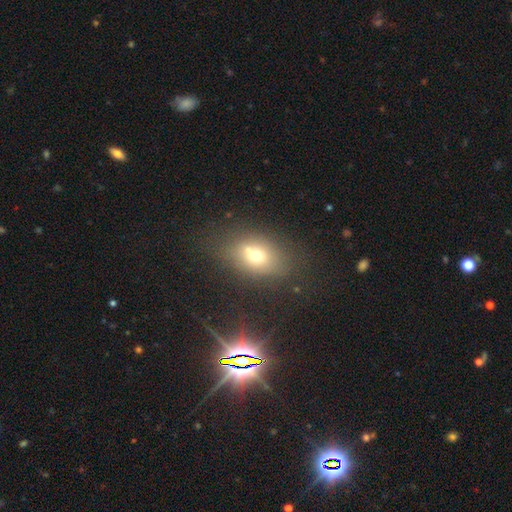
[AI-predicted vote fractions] Q: Smooth or featured?
A: smooth (64%); runner-up: featured or disk (20%)
Q: How rounded?
A: in between (67%); runner-up: round (31%)
Q: Merging?
A: none (64%); runner-up: minor disturbance (17%)